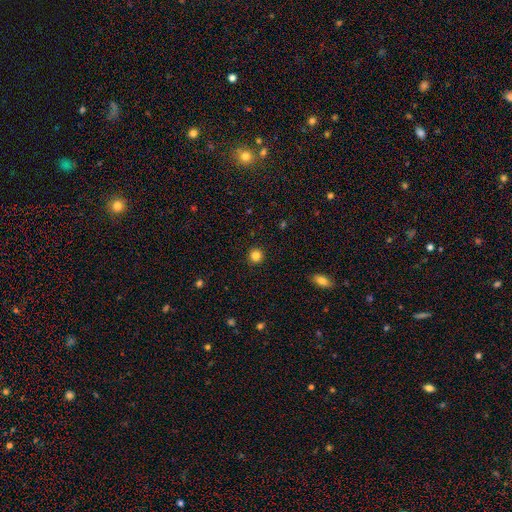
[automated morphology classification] Smooth or featured: smooth — 84% (star or artifact — 12%)
How rounded: round — 94% (in between — 5%)
Merging: none — 93% (minor disturbance — 4%)